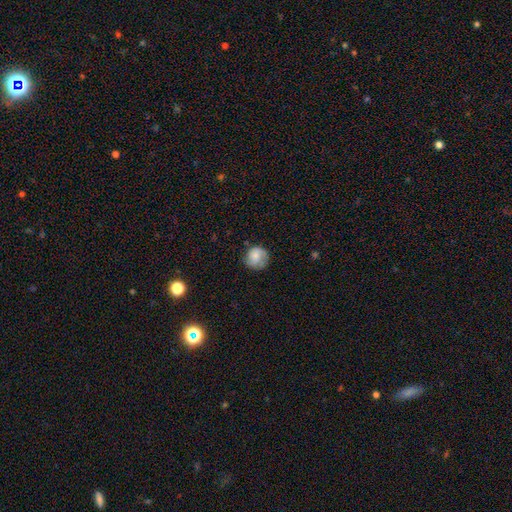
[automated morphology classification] Q: Smooth or featured?
A: smooth (69%); runner-up: featured or disk (23%)
Q: How rounded?
A: round (85%); runner-up: in between (14%)
Q: Merging?
A: none (66%); runner-up: minor disturbance (24%)